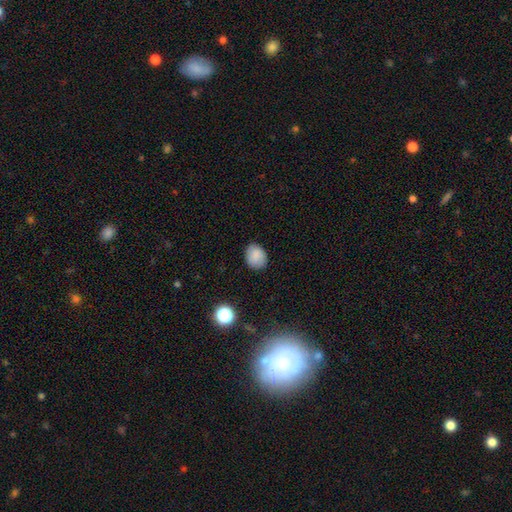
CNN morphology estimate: Smooth or featured: smooth — 86% (star or artifact — 9%)
How rounded: in between — 53% (round — 46%)
Merging: none — 83% (minor disturbance — 13%)